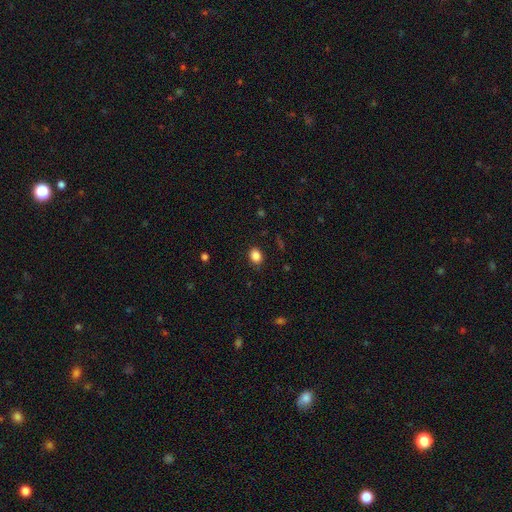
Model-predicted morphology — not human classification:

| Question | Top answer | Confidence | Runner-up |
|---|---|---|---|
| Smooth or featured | smooth | 86% | star or artifact (10%) |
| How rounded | in between | 56% | round (43%) |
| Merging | none | 87% | minor disturbance (9%) |